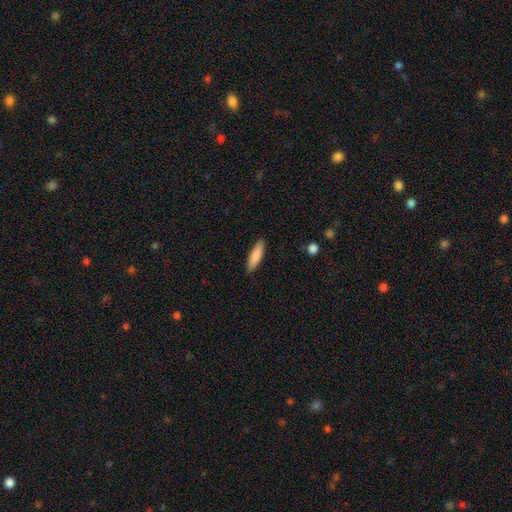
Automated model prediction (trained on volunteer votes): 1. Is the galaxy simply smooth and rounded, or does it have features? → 85% smooth, 10% featured or disk, 5% star or artifact.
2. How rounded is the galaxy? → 69% cigar-shaped, 30% in between, 1% round.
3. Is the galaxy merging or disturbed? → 89% none, 8% minor disturbance, 2% major disturbance, 1% merger.